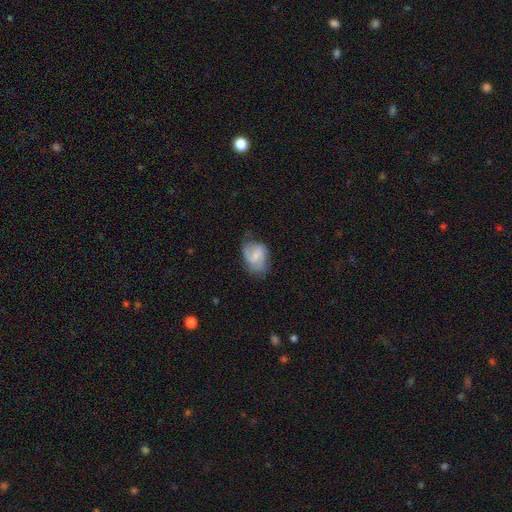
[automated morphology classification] This is possibly a featured or disk galaxy (59%). It is clearly not viewed edge-on (97%). Bar: possibly weak (53%). Spiral arm pattern: clearly yes (87%). Spiral arm count: likely 2 (70%). Spiral winding: possibly medium (47%). Central bulge: possibly small (54%). Merging: possibly none (56%).